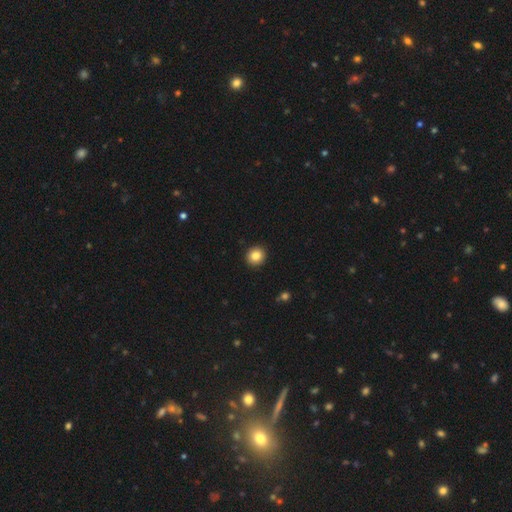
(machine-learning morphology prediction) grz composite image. It shows a smooth galaxy with no disk features (84%) that is round (91%). Merging: none (93%).